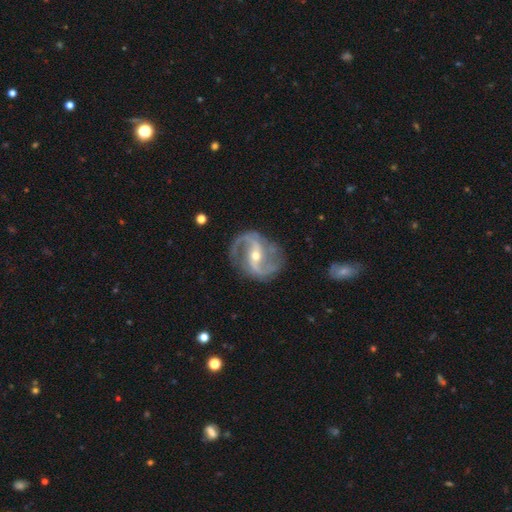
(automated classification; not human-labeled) A featured or disk galaxy (91%) with a strong bar (42%), 2 (92%) medium (50%) spiral arms (97%) and a small central bulge (50%).

Vote fractions:
- Smooth or featured? featured or disk: 91% / star or artifact: 5% / smooth: 4%
- Edge-on disk? no: 97% / yes: 3%
- Bar? strong: 42% / weak: 35% / no: 23%
- Spiral arms? yes: 97% / no: 3%
- Spiral winding? medium: 50% / loose: 35% / tight: 15%
- Spiral arm count? 2: 92% / can't tell: 2% / 3: 2% / 1: 2% / 4: 1% / more than 4: 1%
- Bulge size? small: 50% / moderate: 47% / large: 1% / none: 1% / dominant: 1%
- Merging? none: 78% / minor disturbance: 14% / major disturbance: 6% / merger: 2%